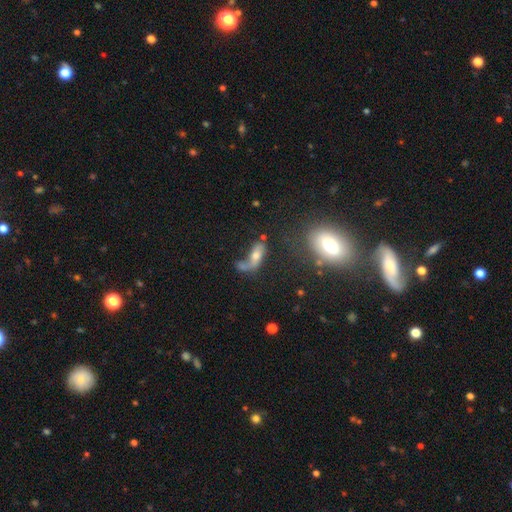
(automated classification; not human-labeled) smooth_or_featured: smooth (p=0.47) [alt: featured or disk p=0.41]
merging: major disturbance (p=0.31) [alt: none p=0.28]